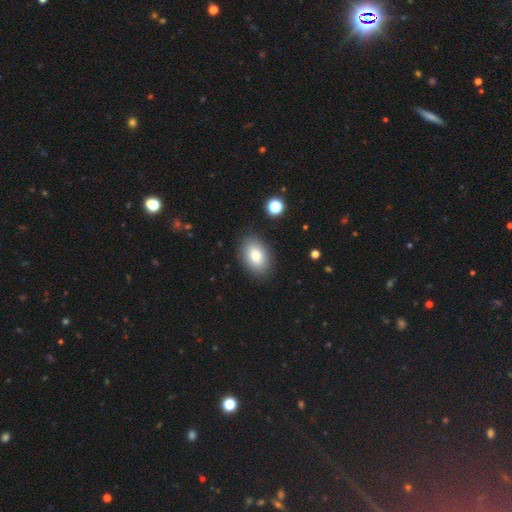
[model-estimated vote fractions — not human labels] smooth_or_featured: smooth (p=0.82) [alt: featured or disk p=0.10]
how_rounded: in between (p=0.88) [alt: round p=0.11]
merging: none (p=0.87) [alt: minor disturbance p=0.09]